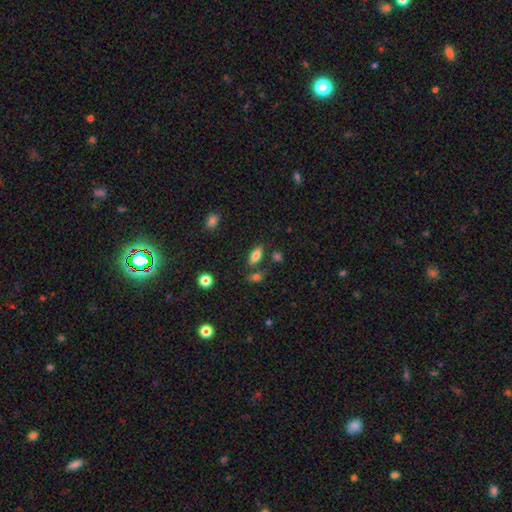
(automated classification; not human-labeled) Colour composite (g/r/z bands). It shows a smooth galaxy with no disk features (74%) that is in between round and cigar-shaped (79%). Merging: none (72%).